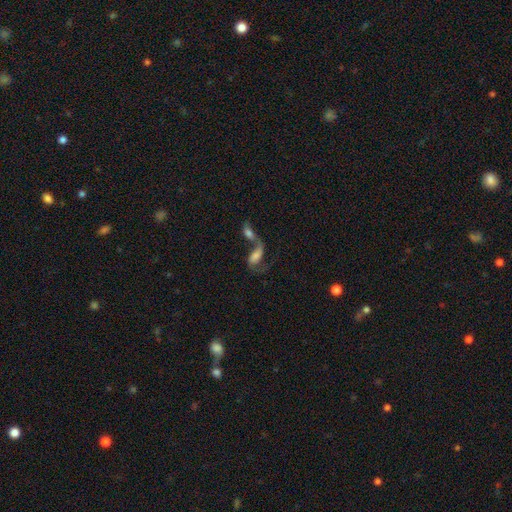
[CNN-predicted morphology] Smooth or featured? featured or disk (52%)
Edge-on disk? no (93%)
Merging? merger (73%)